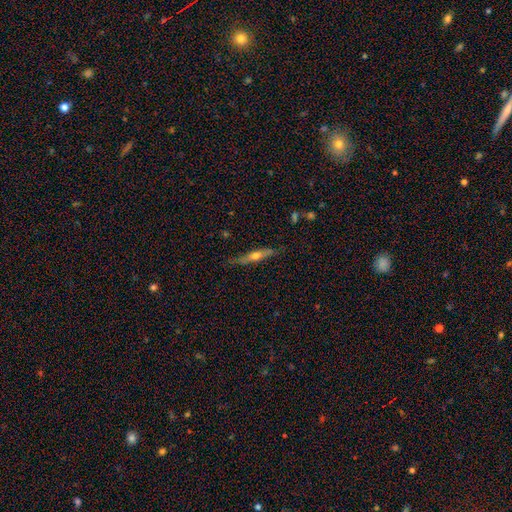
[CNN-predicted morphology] This is likely a featured or disk galaxy (70%). It is clearly viewed edge-on (96%). Edge-on bulge: clearly rounded (90%). Merging: clearly none (84%).